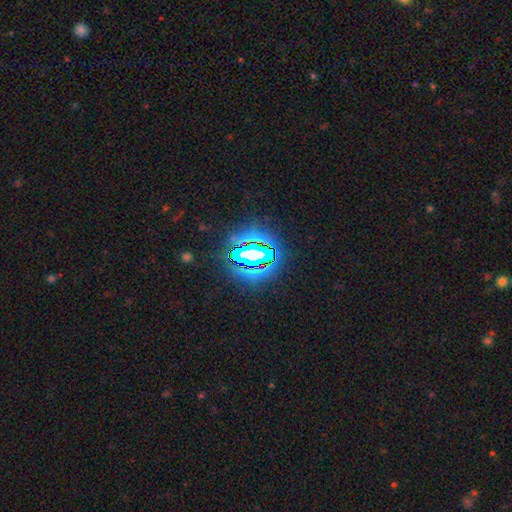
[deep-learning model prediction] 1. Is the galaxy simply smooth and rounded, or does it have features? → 73% star or artifact, 15% smooth, 13% featured or disk.